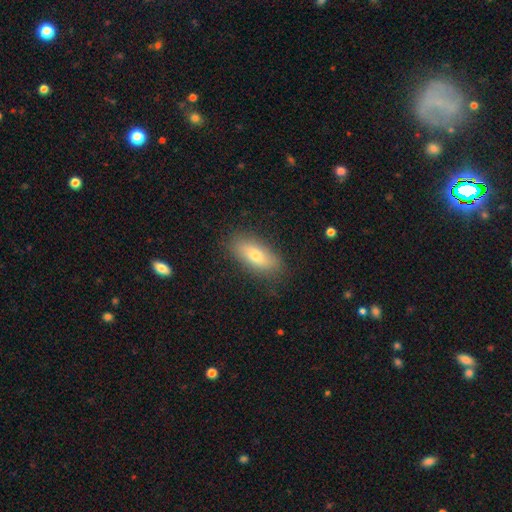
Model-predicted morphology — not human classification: Smooth or featured?
  - smooth: 73% *
  - featured or disk: 20%
  - star or artifact: 8%
How rounded?
  - in between: 80% *
  - cigar-shaped: 16%
  - round: 4%
Merging?
  - none: 84% *
  - minor disturbance: 12%
  - major disturbance: 3%
  - merger: 1%